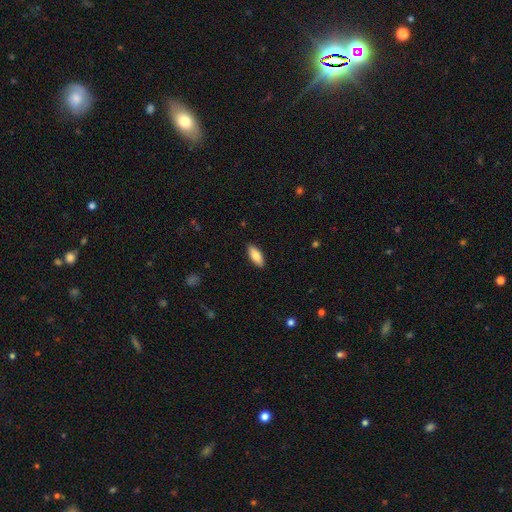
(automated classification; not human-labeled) A smooth galaxy with no disk features (83%) that is in between round and cigar-shaped (80%). Merging: none (89%).